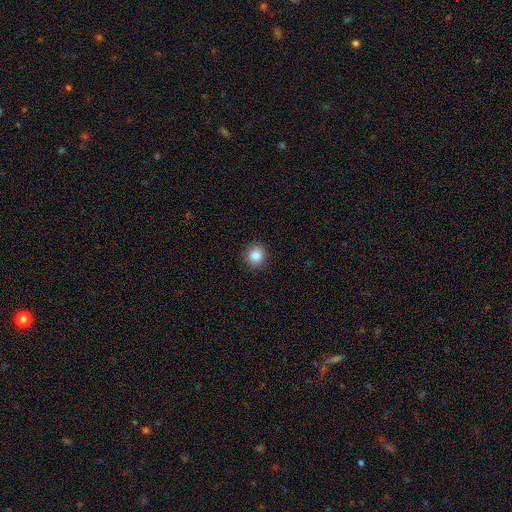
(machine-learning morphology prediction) smooth-or-featured: smooth: 86% | star or artifact: 10% | featured or disk: 4%
  how-rounded: round: 91% | in between: 8% | cigar-shaped: 1%
  merging: none: 88% | minor disturbance: 9% | major disturbance: 2% | merger: 1%